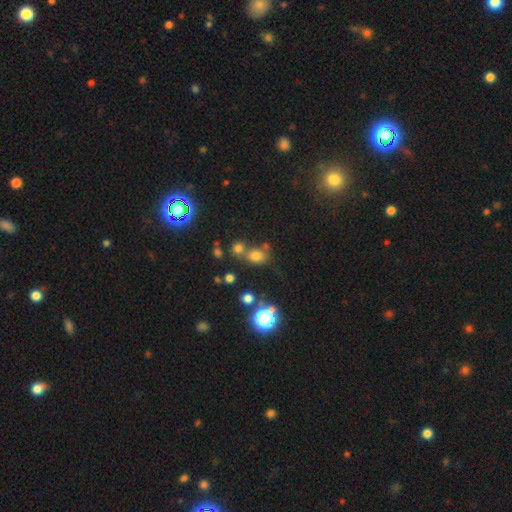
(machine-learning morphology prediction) Overall: smooth (67%). How rounded: round (54%; in between 45%). Merging: none (55%; merger 28%).